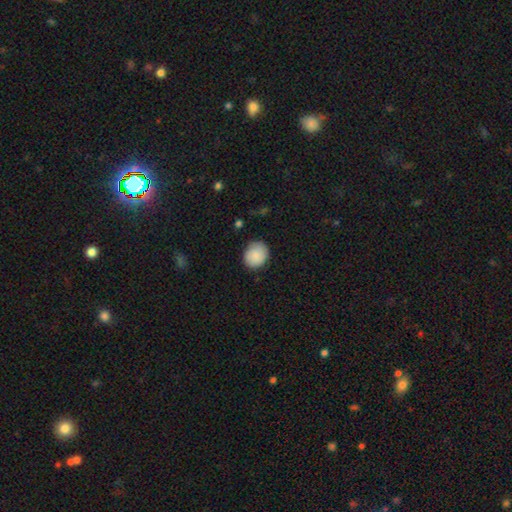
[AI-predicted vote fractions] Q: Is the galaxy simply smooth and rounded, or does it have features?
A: smooth — 87%.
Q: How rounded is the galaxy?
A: round — 69%.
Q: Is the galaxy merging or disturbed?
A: none — 80%.